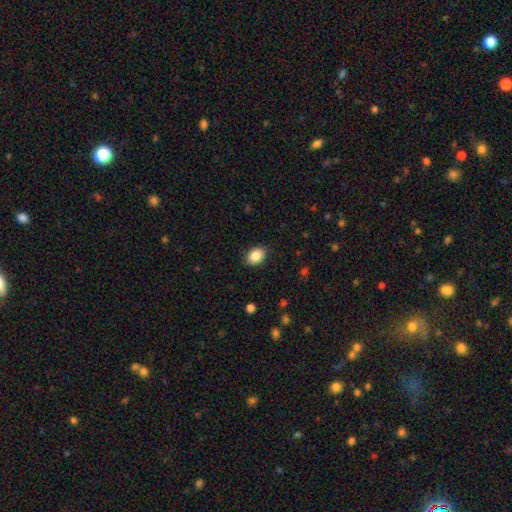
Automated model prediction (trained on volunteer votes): smooth 87%, star or artifact 8%, featured or disk 5%. Down the decision tree: how rounded — in between (72%); merging — none (88%).